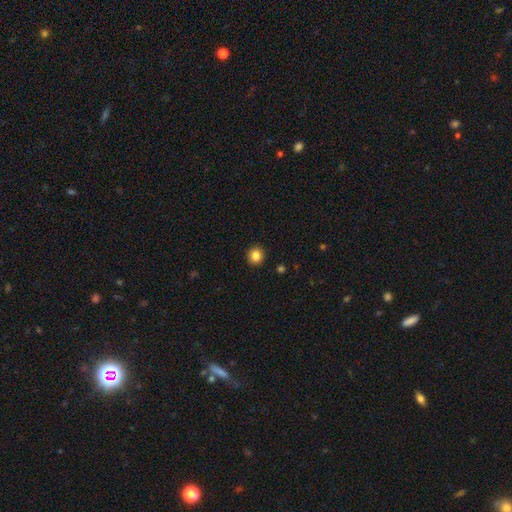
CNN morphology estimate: This is clearly a smooth galaxy (85%). How rounded: clearly round (91%). Merging: clearly none (93%).